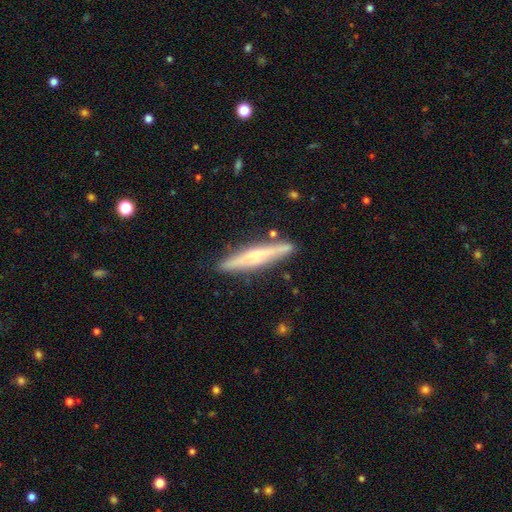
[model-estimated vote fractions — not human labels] Q: Smooth or featured?
A: featured or disk (60%); runner-up: smooth (34%)
Q: Edge-on disk?
A: yes (96%); runner-up: no (4%)
Q: Edge-on bulge?
A: rounded (66%); runner-up: none (21%)
Q: Merging?
A: none (86%); runner-up: minor disturbance (10%)